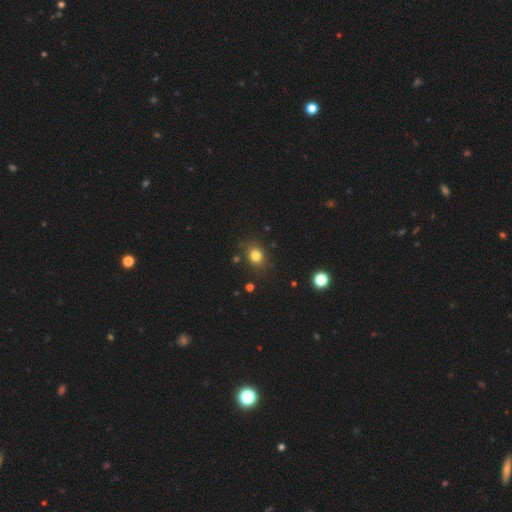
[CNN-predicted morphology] smooth_or_featured: smooth (p=0.80) [alt: star or artifact p=0.13]
how_rounded: round (p=0.63) [alt: in between p=0.36]
merging: none (p=0.81) [alt: minor disturbance p=0.13]